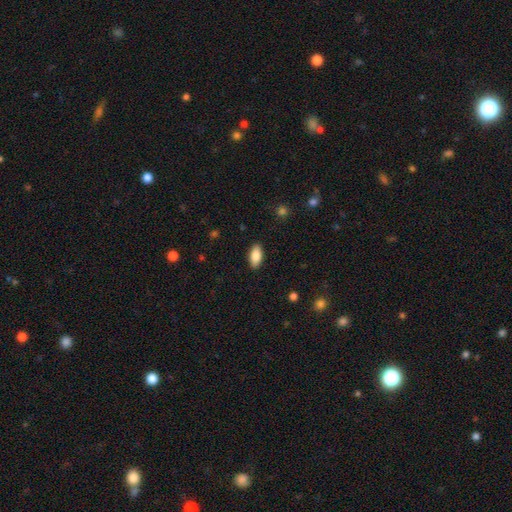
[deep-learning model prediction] Smooth or featured?
  - smooth: 86% *
  - featured or disk: 7%
  - star or artifact: 7%
How rounded?
  - in between: 90% *
  - cigar-shaped: 7%
  - round: 2%
Merging?
  - none: 89% *
  - minor disturbance: 8%
  - major disturbance: 2%
  - merger: 1%